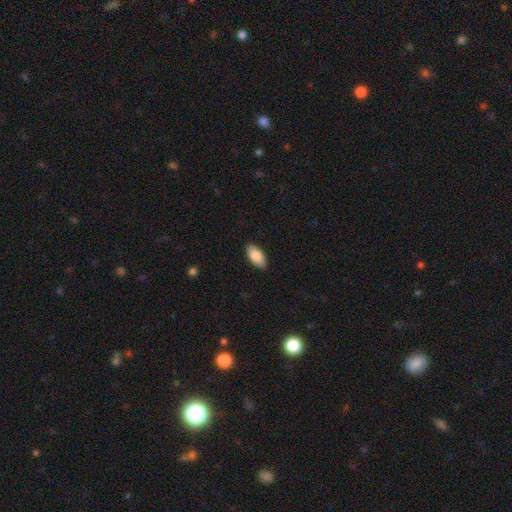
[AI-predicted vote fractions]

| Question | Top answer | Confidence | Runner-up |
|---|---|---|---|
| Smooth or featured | smooth | 87% | featured or disk (7%) |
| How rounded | in between | 93% | cigar-shaped (5%) |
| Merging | none | 88% | minor disturbance (9%) |